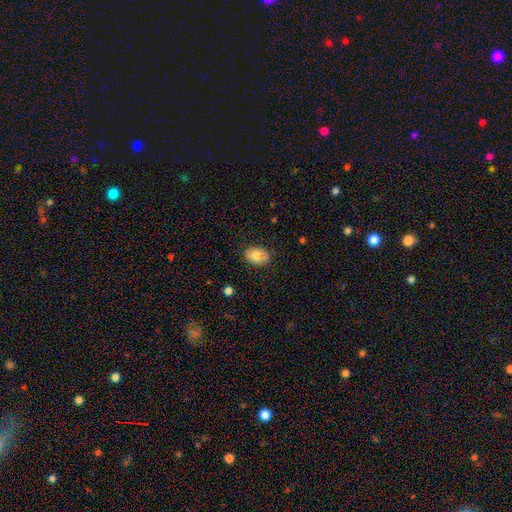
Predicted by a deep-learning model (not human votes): smooth-or-featured: smooth: 76% | featured or disk: 16% | star or artifact: 8%
  how-rounded: in between: 76% | round: 23% | cigar-shaped: 1%
  merging: none: 81% | minor disturbance: 14% | major disturbance: 3% | merger: 2%